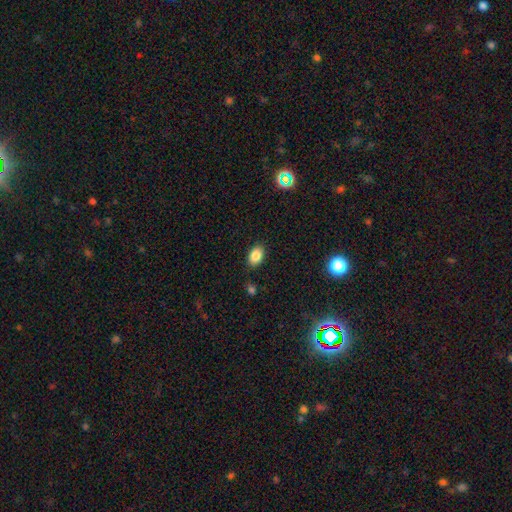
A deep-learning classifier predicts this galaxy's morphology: Overall: smooth (85%). How rounded: in between (84%). Merging: none (85%).